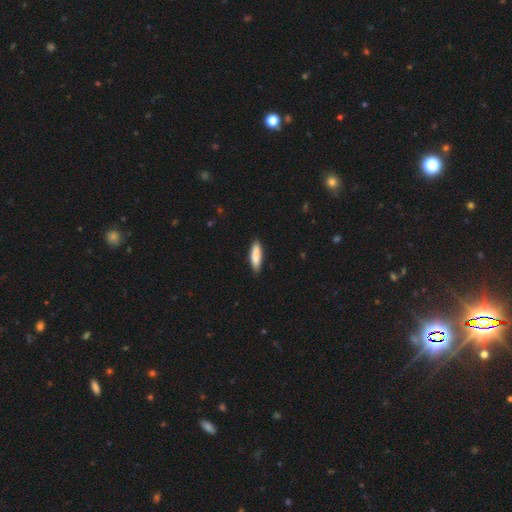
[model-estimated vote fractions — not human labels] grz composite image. It shows a smooth galaxy with no disk features (85%) that is cigar-shaped (64%). Merging: none (86%).